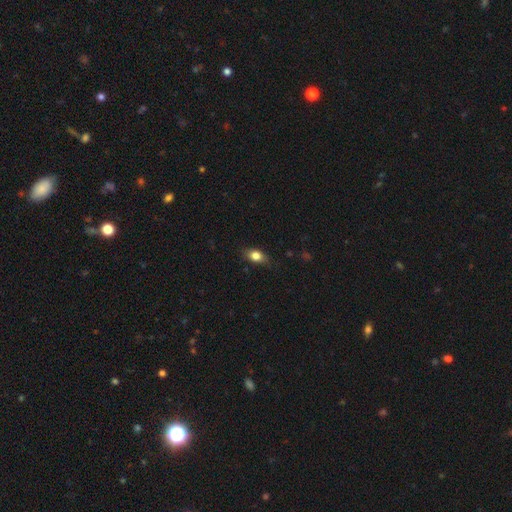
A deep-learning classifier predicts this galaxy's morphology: smooth_or_featured: smooth (p=0.79) [alt: featured or disk p=0.12]
how_rounded: in between (p=0.76) [alt: round p=0.19]
merging: none (p=0.77) [alt: minor disturbance p=0.18]